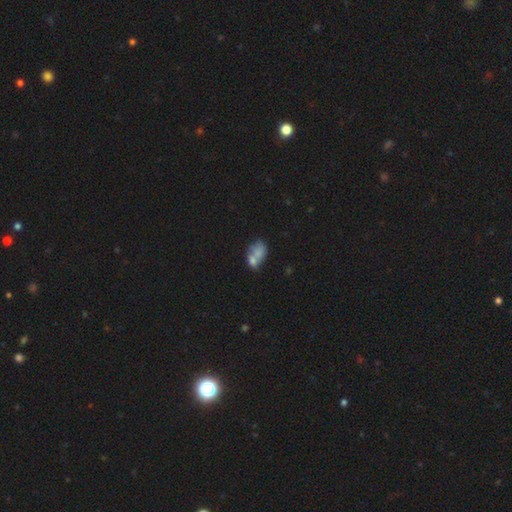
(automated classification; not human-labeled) Smooth or featured?
  - smooth: 67% *
  - featured or disk: 22%
  - star or artifact: 11%
How rounded?
  - in between: 77% *
  - round: 21%
  - cigar-shaped: 2%
Merging?
  - merger: 54% *
  - none: 23%
  - minor disturbance: 13%
  - major disturbance: 9%